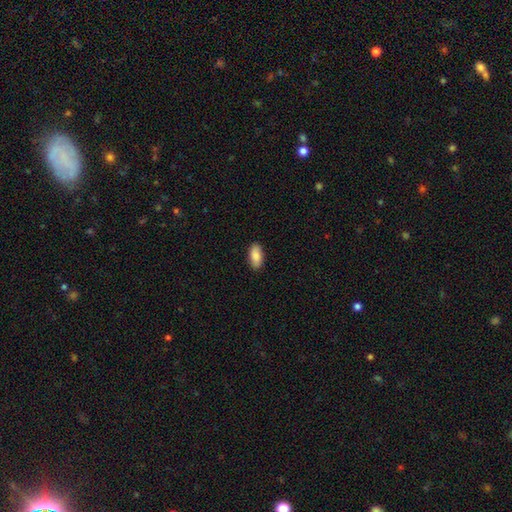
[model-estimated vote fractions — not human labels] The model was most divided on "merging": none: 89%, minor disturbance: 8%, major disturbance: 2%, merger: 1%. More confident: how rounded — in between (90%); smooth or featured — smooth (88%).